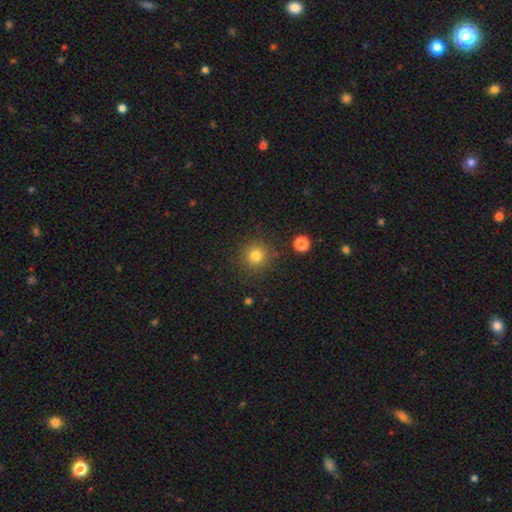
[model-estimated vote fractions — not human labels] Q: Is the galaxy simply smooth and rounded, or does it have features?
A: smooth — 80%.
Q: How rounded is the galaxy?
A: round — 94%.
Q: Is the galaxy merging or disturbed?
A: none — 88%.